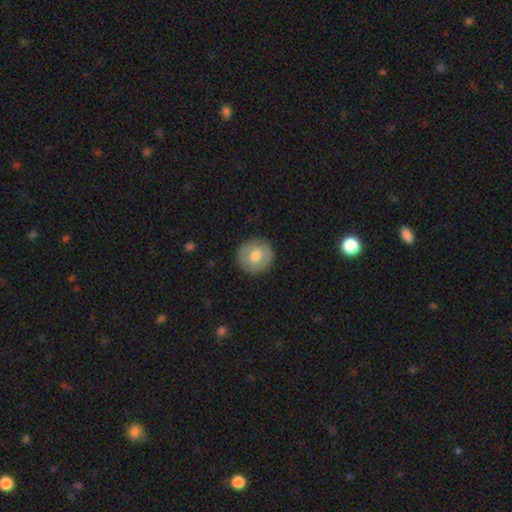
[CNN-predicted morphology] This is likely a smooth galaxy (62%). How rounded: clearly round (92%). Merging: clearly none (89%).